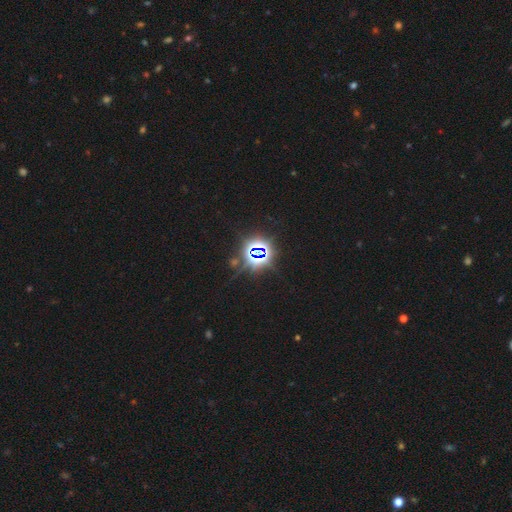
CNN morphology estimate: The model was most divided on "smooth or featured": star or artifact: 82%, smooth: 11%, featured or disk: 6%.